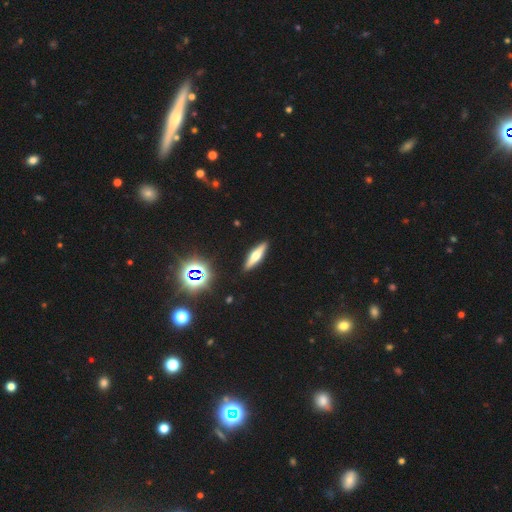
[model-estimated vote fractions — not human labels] Smooth or featured? Predicted: featured or disk (p=0.51). Edge-on disk? Predicted: yes (p=0.93). Merging? Predicted: none (p=0.90).